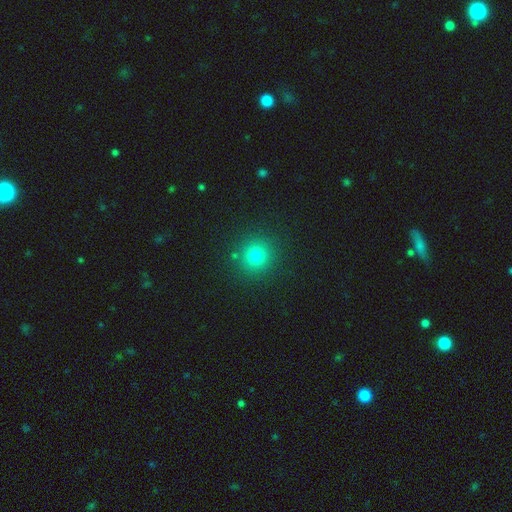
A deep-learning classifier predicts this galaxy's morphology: This appears to be a smooth galaxy with no disk features (75%) that is round (92%). Merging: none (88%).